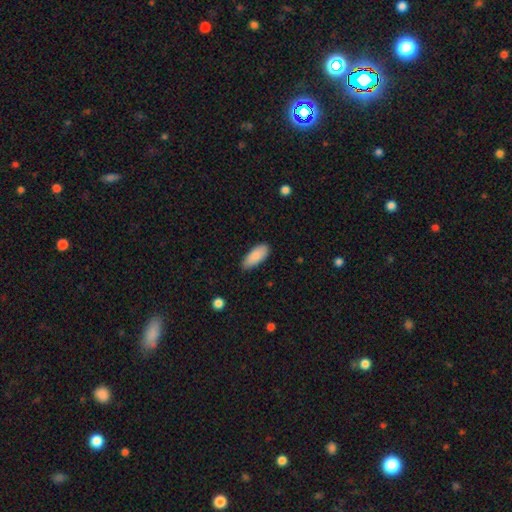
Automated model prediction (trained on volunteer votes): Smooth or featured?
  - smooth: 88% *
  - star or artifact: 6%
  - featured or disk: 6%
How rounded?
  - in between: 85% *
  - cigar-shaped: 13%
  - round: 2%
Merging?
  - none: 84% *
  - minor disturbance: 13%
  - major disturbance: 2%
  - merger: 1%